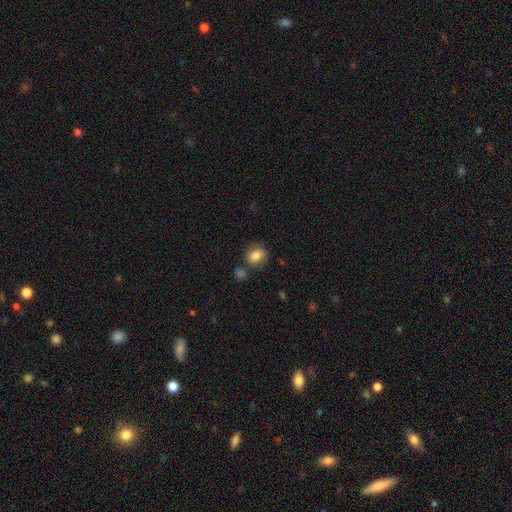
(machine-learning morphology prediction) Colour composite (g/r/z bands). It shows a smooth galaxy with no disk features (81%) that is round (65%). Merging: none (73%).